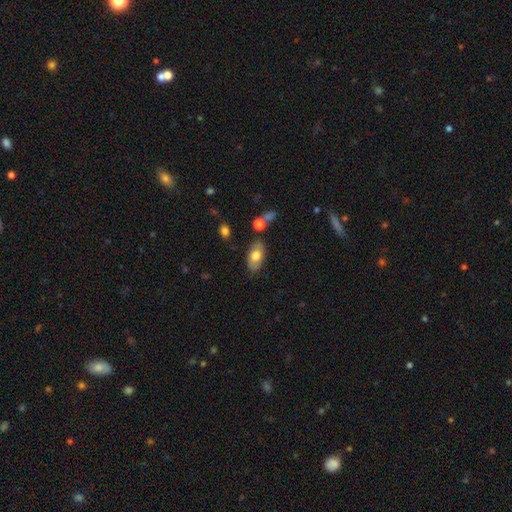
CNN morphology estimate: Q: Smooth or featured?
A: smooth (71%); runner-up: featured or disk (22%)
Q: How rounded?
A: in between (93%); runner-up: round (5%)
Q: Merging?
A: none (78%); runner-up: minor disturbance (14%)